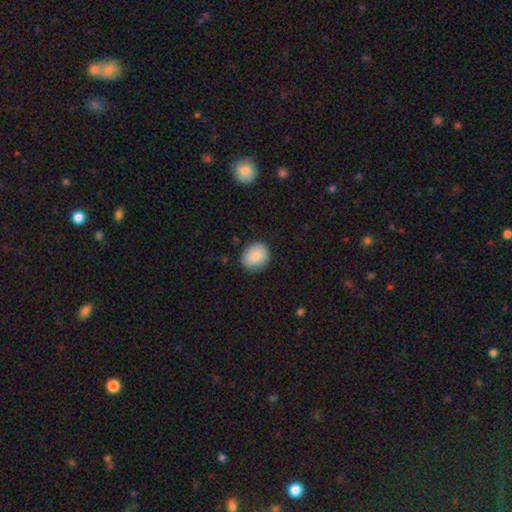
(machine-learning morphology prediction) Smooth or featured? smooth (86%)
How rounded? round (58%)
Merging? none (82%)